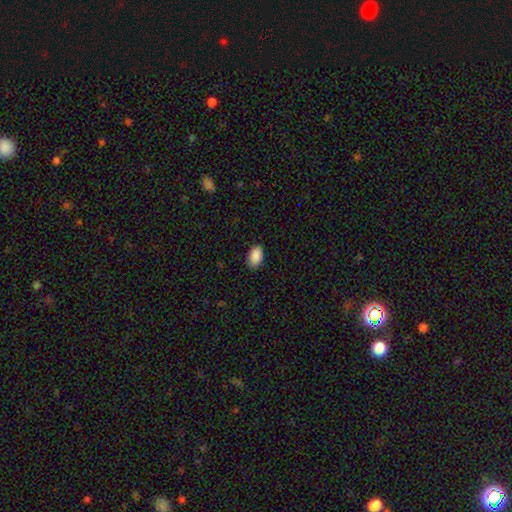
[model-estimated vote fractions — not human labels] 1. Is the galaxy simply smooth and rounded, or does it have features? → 90% smooth, 7% star or artifact, 3% featured or disk.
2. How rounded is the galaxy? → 93% in between, 6% round, 1% cigar-shaped.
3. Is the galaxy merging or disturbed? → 87% none, 10% minor disturbance, 2% major disturbance, 1% merger.